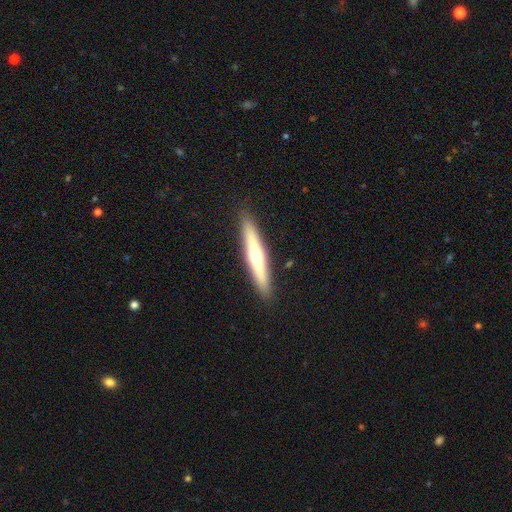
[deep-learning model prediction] Q: Smooth or featured?
A: featured or disk (55%); runner-up: smooth (39%)
Q: Edge-on disk?
A: yes (95%); runner-up: no (5%)
Q: Edge-on bulge?
A: rounded (89%); runner-up: none (8%)
Q: Merging?
A: none (90%); runner-up: minor disturbance (7%)